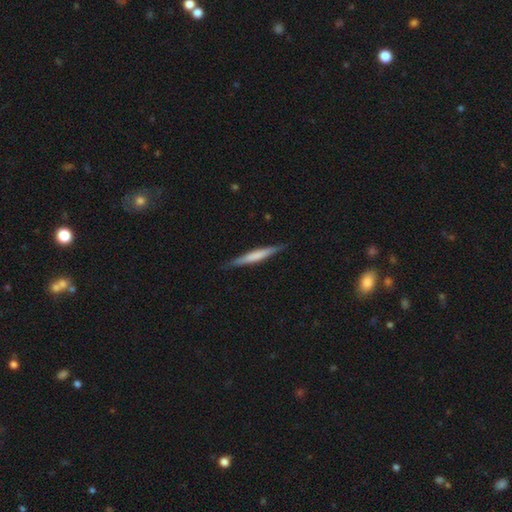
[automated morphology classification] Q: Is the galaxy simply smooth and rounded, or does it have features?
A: smooth — 51%.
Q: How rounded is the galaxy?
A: cigar-shaped — 95%.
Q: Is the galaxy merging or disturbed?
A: none — 89%.